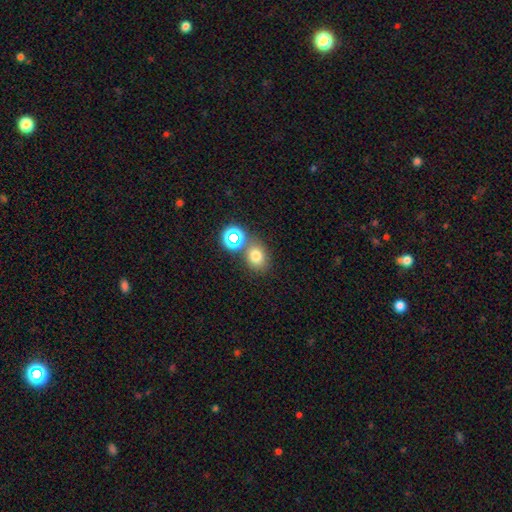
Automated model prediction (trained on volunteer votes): This appears to be a smooth galaxy with no disk features (73%) that is round (61%). Merging: none (69%).